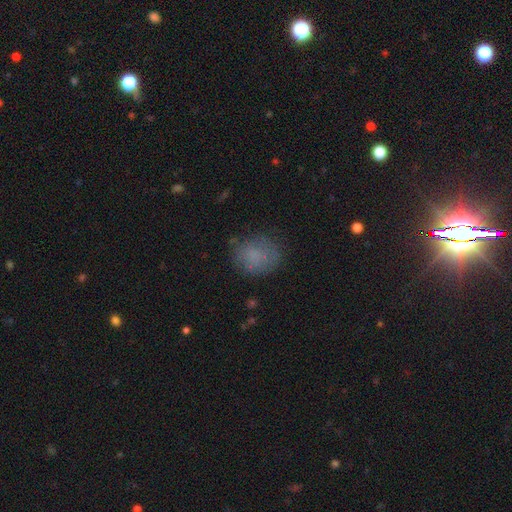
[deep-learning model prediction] smooth_or_featured: smooth (p=0.73) [alt: featured or disk p=0.15]
how_rounded: round (p=0.65) [alt: in between p=0.34]
merging: none (p=0.69) [alt: minor disturbance p=0.20]